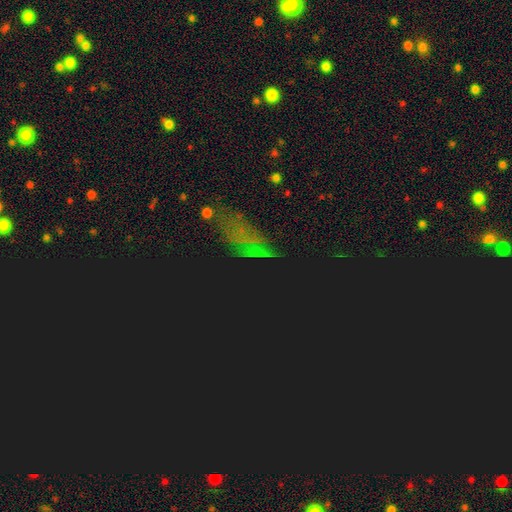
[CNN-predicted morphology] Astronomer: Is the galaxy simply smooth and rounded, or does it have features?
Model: star or artifact — 73%.